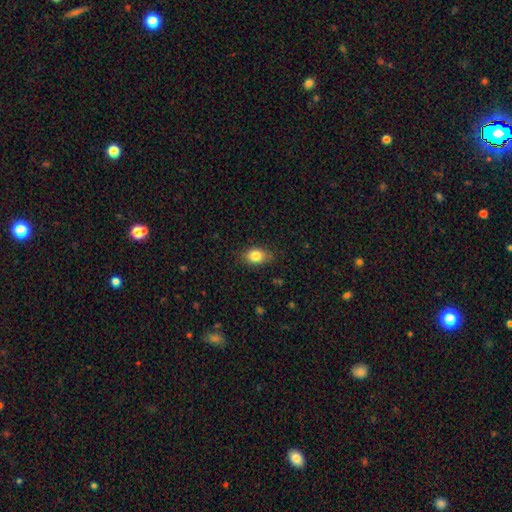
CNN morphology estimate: smooth-or-featured: smooth: 83% | star or artifact: 9% | featured or disk: 8%
  how-rounded: in between: 68% | round: 30% | cigar-shaped: 2%
  merging: none: 79% | minor disturbance: 17% | major disturbance: 3% | merger: 1%